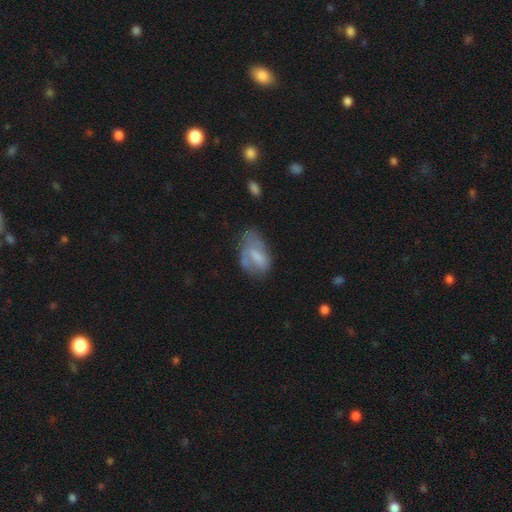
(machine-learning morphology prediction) smooth-or-featured: smooth: 58% | featured or disk: 34% | star or artifact: 8%
  how-rounded: in between: 88% | round: 6% | cigar-shaped: 6%
  merging: none: 36% | minor disturbance: 31% | major disturbance: 27% | merger: 6%